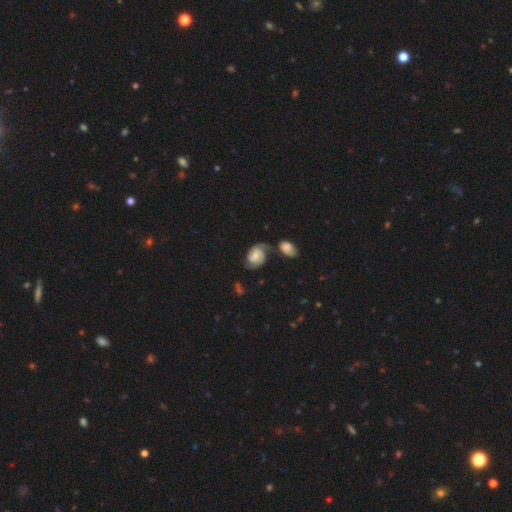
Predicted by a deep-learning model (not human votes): Smooth or featured? featured or disk (72%)
Edge-on disk? no (97%)
Bar? weak (46%)
Spiral arms? yes (94%)
Spiral winding? medium (44%)
Spiral arm count? 2 (85%)
Bulge size? small (37%)
Merging? none (52%)